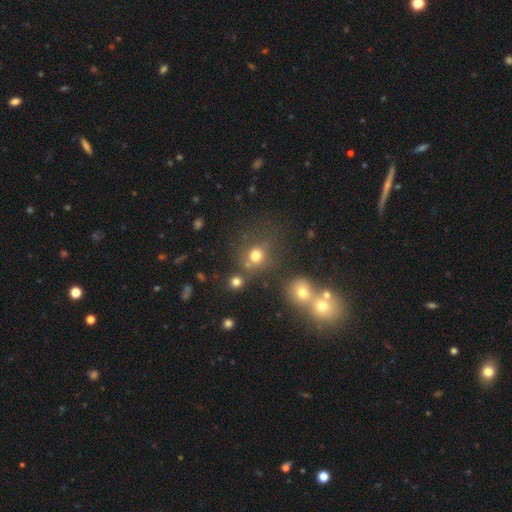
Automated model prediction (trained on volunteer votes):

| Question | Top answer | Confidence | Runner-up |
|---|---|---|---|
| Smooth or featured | smooth | 73% | star or artifact (19%) |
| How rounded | round | 84% | in between (15%) |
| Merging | none | 64% | merger (18%) |